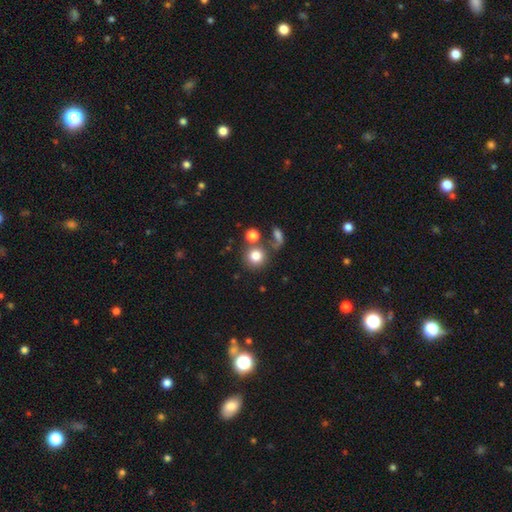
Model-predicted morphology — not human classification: Smooth or featured?
  - smooth: 79% *
  - star or artifact: 11%
  - featured or disk: 10%
How rounded?
  - round: 88% *
  - in between: 10%
  - cigar-shaped: 1%
Merging?
  - none: 59% *
  - merger: 22%
  - minor disturbance: 11%
  - major disturbance: 8%